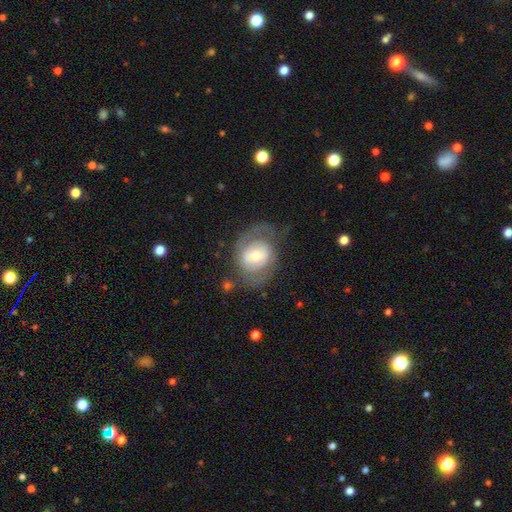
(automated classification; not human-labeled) Smooth or featured? featured or disk (64%)
Edge-on disk? no (96%)
Bar? no (50%)
Spiral arms? yes (69%)
Bulge size? moderate (53%)
Merging? none (58%)